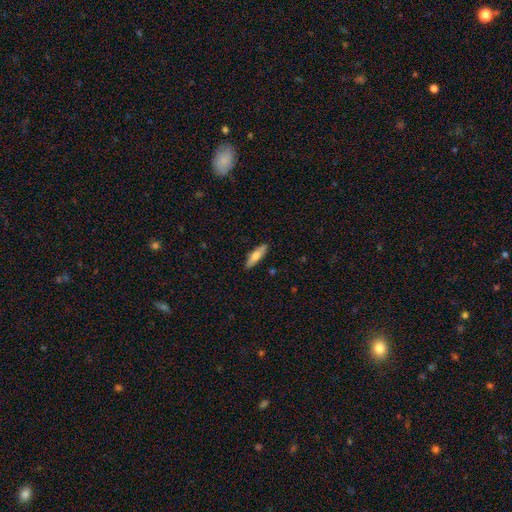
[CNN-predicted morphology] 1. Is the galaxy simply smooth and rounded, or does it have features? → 66% smooth, 28% featured or disk, 6% star or artifact.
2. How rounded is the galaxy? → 64% cigar-shaped, 34% in between, 2% round.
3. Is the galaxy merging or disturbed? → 89% none, 8% minor disturbance, 2% major disturbance, 1% merger.